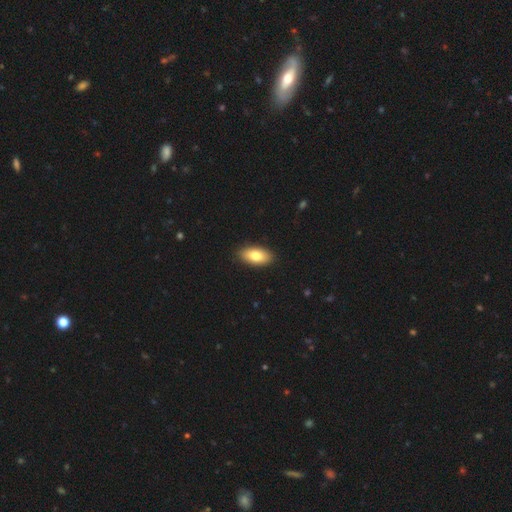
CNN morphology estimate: Overall: smooth (81%). How rounded: in between (92%). Merging: none (90%).